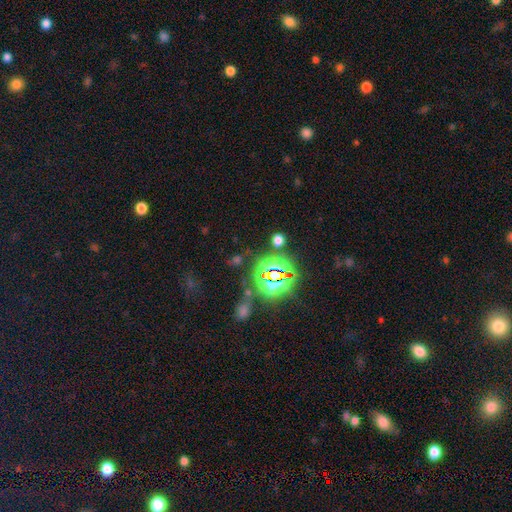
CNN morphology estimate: A star or artifact, not a galaxy (80%).

Vote fractions:
- Smooth or featured? star or artifact: 80% / smooth: 12% / featured or disk: 8%